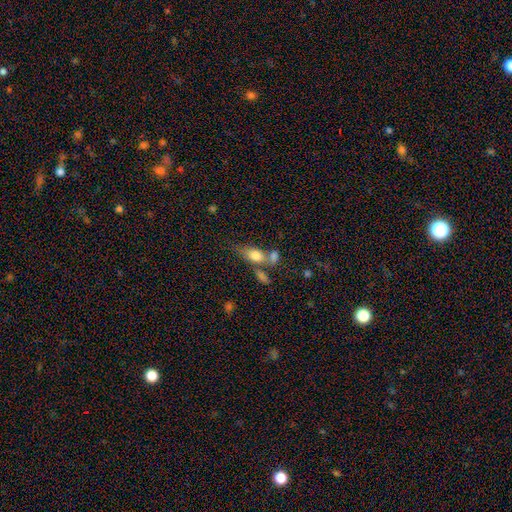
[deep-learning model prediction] Overall: smooth (72%). How rounded: in between (75%). Merging: merger (39%; none 37%).